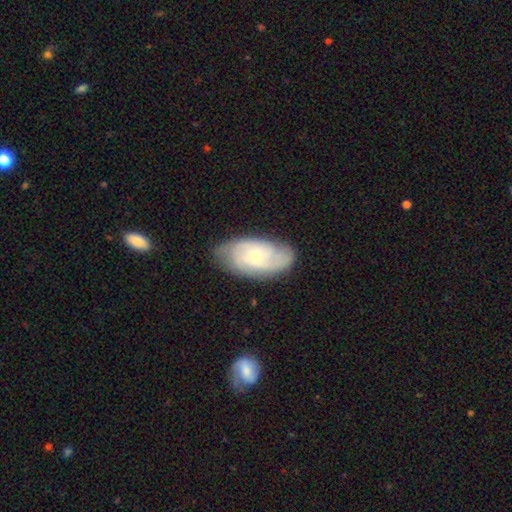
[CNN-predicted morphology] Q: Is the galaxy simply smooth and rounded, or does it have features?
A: featured or disk — 75%.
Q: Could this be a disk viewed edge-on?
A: no — 95%.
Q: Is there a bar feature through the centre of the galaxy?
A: no — 71%.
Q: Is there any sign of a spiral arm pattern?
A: yes — 94%.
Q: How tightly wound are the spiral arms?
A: tight — 58%.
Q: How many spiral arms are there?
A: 2 — 33%.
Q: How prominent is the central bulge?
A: small — 65%.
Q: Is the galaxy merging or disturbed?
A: none — 77%.